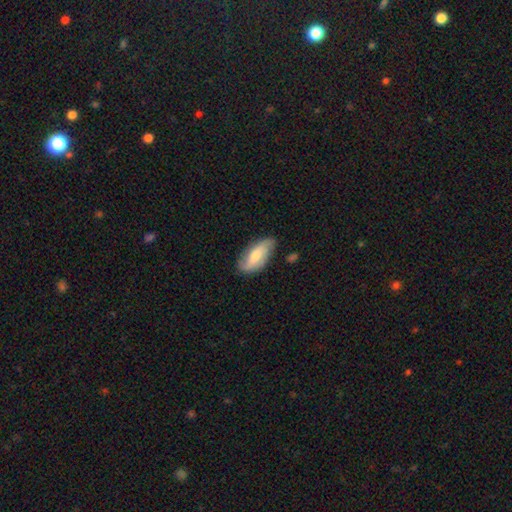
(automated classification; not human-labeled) smooth-or-featured: smooth: 52% | featured or disk: 41% | star or artifact: 6%
  how-rounded: in between: 85% | cigar-shaped: 12% | round: 3%
  merging: none: 73% | minor disturbance: 21% | major disturbance: 4% | merger: 2%